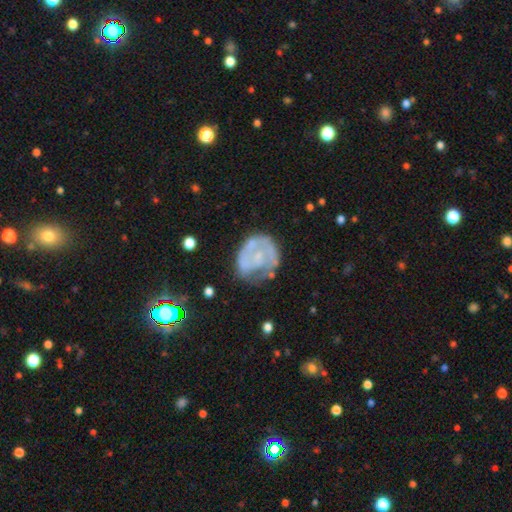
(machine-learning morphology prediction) Smooth or featured? Predicted: featured or disk (p=0.60). Edge-on disk? Predicted: no (p=0.98). Bar? Predicted: no (p=0.75). Spiral arms? Predicted: yes (p=0.56). Bulge size? Predicted: small (p=0.51). Merging? Predicted: none (p=0.48).